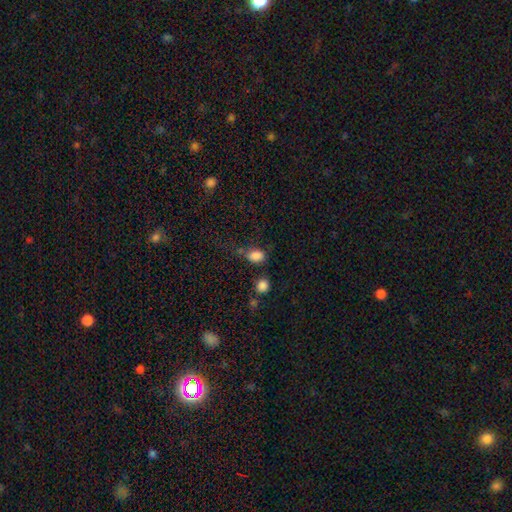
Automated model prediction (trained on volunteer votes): Smooth or featured? Predicted: smooth (p=0.83). How rounded? Predicted: in between (p=0.76). Merging? Predicted: none (p=0.58).